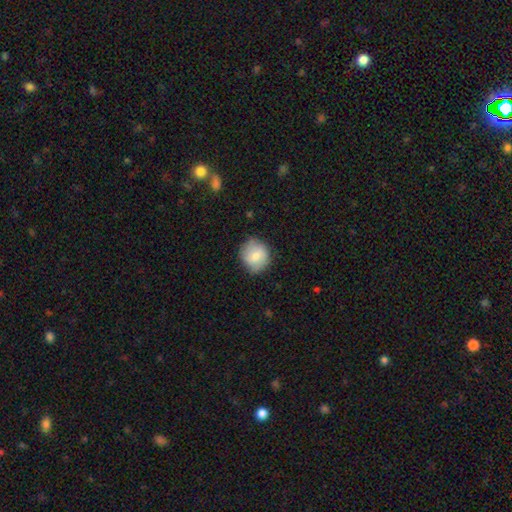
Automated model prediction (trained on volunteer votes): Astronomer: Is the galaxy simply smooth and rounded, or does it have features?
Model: smooth — 77%.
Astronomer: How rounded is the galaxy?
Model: round — 83%.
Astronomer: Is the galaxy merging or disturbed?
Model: none — 77%.